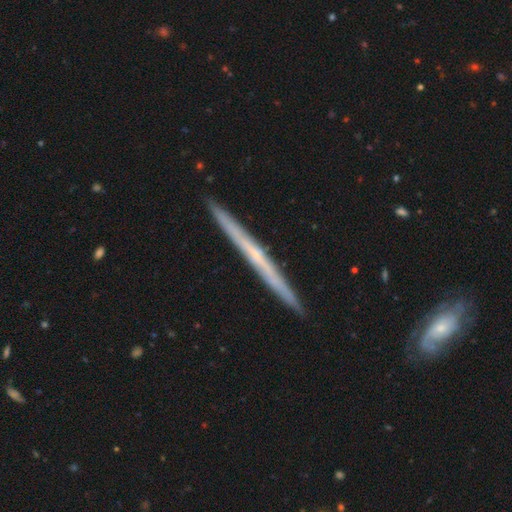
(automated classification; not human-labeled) The model was most divided on "edge-on bulge": none: 68%, rounded: 29%, boxy: 4%. More confident: edge-on disk — yes (97%); merging — none (91%); smooth or featured — featured or disk (71%).